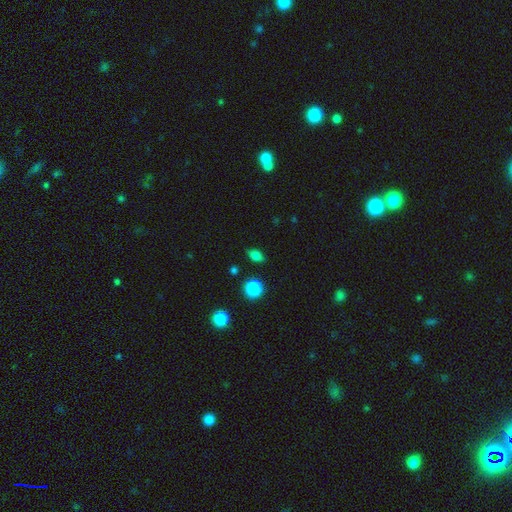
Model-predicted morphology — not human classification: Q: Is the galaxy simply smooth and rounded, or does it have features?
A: smooth — 78%.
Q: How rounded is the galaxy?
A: in between — 71%.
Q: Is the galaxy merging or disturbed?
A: none — 81%.